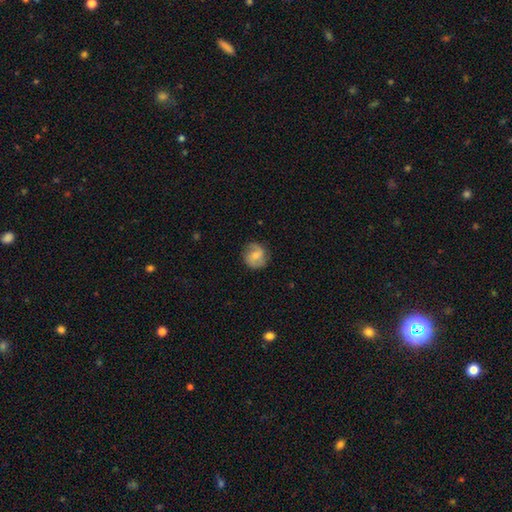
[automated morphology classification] Smooth or featured? smooth (50%)
Merging? none (76%)